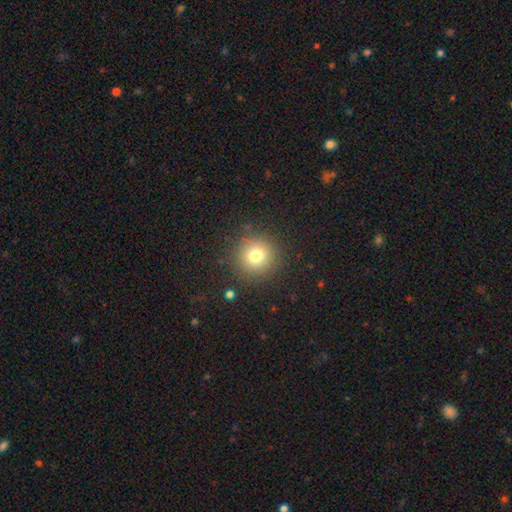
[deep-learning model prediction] smooth-or-featured: smooth: 75% | star or artifact: 15% | featured or disk: 10%
  how-rounded: round: 95% | in between: 4% | cigar-shaped: 1%
  merging: none: 88% | minor disturbance: 8% | major disturbance: 3% | merger: 2%